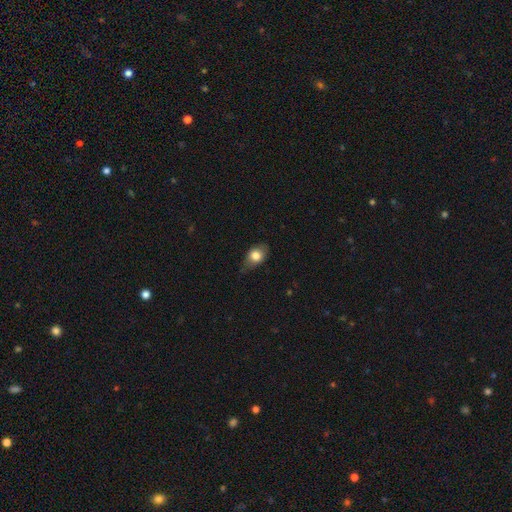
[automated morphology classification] A smooth galaxy with no disk features (75%) that is in between round and cigar-shaped (69%).

Vote fractions:
- Smooth or featured? smooth: 75% / featured or disk: 16% / star or artifact: 8%
- How rounded? in between: 69% / round: 28% / cigar-shaped: 2%
- Merging? none: 60% / minor disturbance: 31% / major disturbance: 8% / merger: 1%